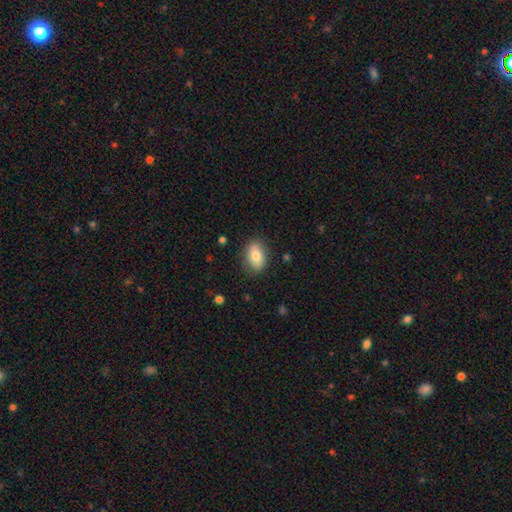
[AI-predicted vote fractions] The model was most divided on "smooth or featured": smooth: 78%, featured or disk: 15%, star or artifact: 7%. More confident: how rounded — in between (87%); merging — none (82%).